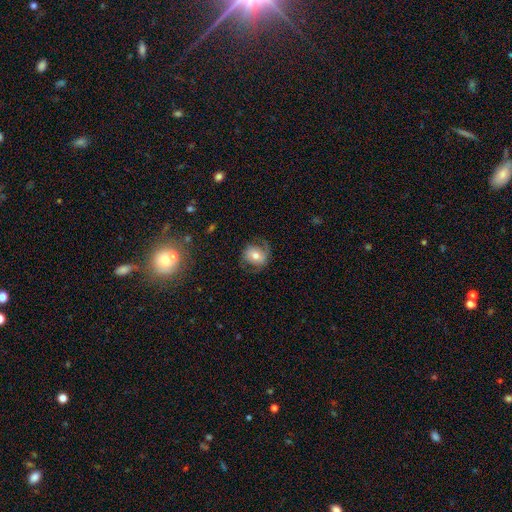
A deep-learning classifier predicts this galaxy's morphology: A featured or disk galaxy (49%).

Vote fractions:
- Smooth or featured? featured or disk: 49% / smooth: 42% / star or artifact: 9%
- Merging? none: 65% / minor disturbance: 19% / major disturbance: 15% / merger: 1%